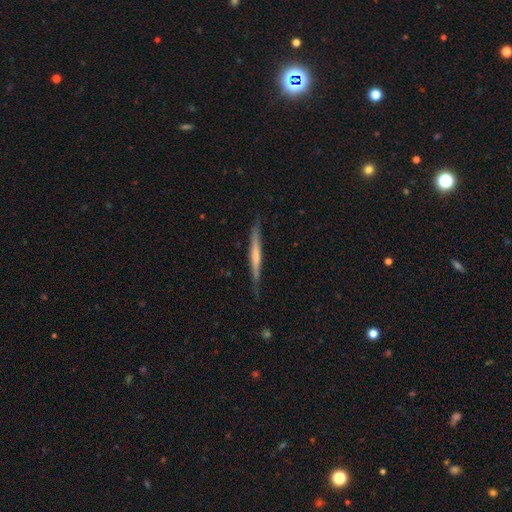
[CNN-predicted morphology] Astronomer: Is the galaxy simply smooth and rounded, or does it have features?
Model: featured or disk — 55% (runner-up: smooth, 40%).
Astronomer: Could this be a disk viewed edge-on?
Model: yes — 96%.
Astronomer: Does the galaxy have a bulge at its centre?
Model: none — 58%.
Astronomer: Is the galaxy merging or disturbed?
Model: none — 80%.